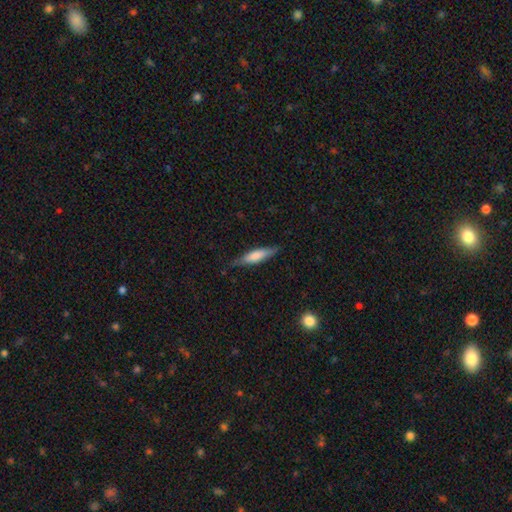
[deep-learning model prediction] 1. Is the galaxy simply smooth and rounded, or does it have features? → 61% smooth, 33% featured or disk, 6% star or artifact.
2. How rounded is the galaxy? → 76% cigar-shaped, 23% in between, 2% round.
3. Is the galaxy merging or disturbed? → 81% none, 14% minor disturbance, 3% major disturbance, 1% merger.